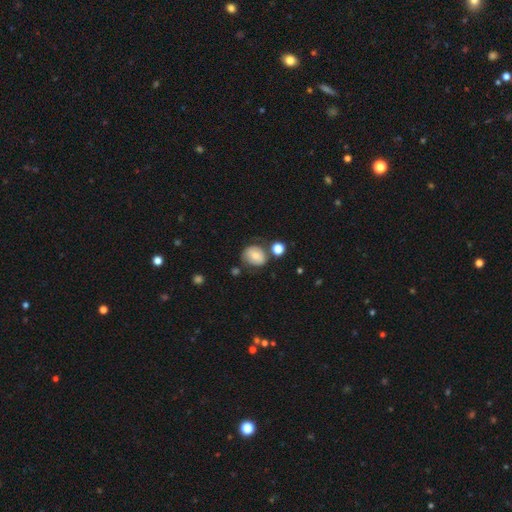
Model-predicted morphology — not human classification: Q: Smooth or featured?
A: smooth (70%); runner-up: featured or disk (21%)
Q: How rounded?
A: round (58%); runner-up: in between (41%)
Q: Merging?
A: none (59%); runner-up: minor disturbance (22%)